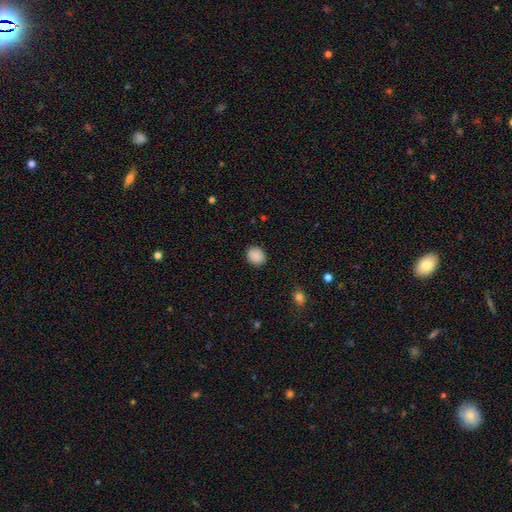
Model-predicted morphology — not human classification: Smooth or featured?
  - smooth: 89% *
  - star or artifact: 8%
  - featured or disk: 3%
How rounded?
  - round: 65% *
  - in between: 34%
  - cigar-shaped: 1%
Merging?
  - none: 89% *
  - minor disturbance: 8%
  - major disturbance: 2%
  - merger: 1%